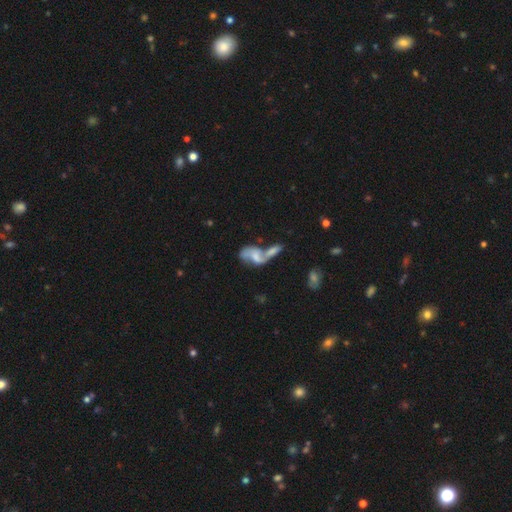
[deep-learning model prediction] featured or disk 58%, smooth 32%, star or artifact 10%. Down the decision tree: edge-on disk — no (93%); bar — no (61%); spiral arms — yes (71%); bulge size — none (41%); merging — merger (62%).